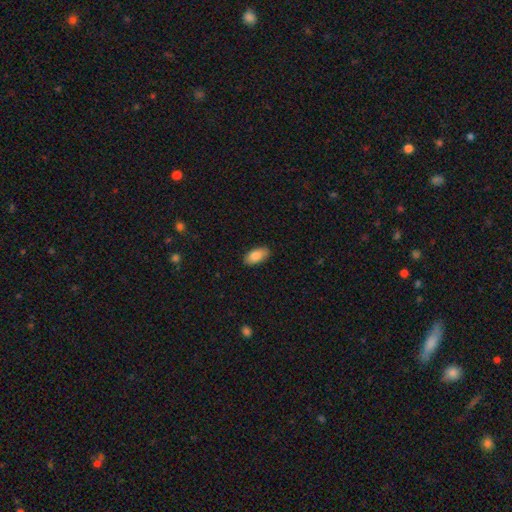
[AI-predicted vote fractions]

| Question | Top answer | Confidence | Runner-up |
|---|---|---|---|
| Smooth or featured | smooth | 86% | featured or disk (7%) |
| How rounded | in between | 94% | cigar-shaped (4%) |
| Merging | none | 86% | minor disturbance (11%) |